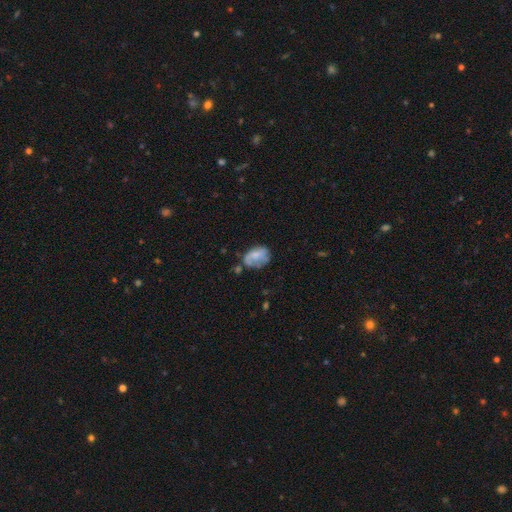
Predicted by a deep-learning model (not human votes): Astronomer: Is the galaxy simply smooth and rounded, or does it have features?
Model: smooth — 60%.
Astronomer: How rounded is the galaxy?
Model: in between — 80%.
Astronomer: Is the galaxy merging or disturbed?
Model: none — 42% (runner-up: minor disturbance, 32%).